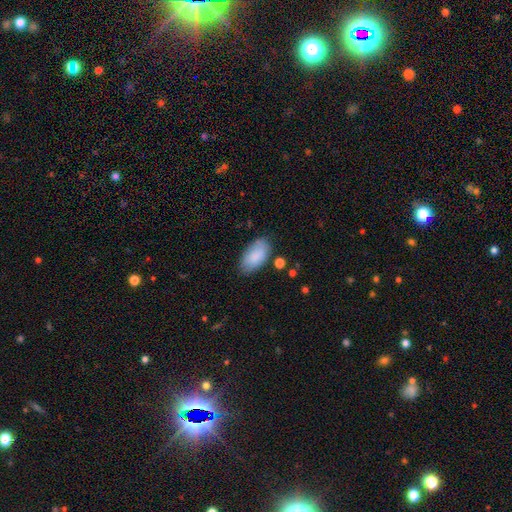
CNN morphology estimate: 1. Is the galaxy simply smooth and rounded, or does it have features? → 86% smooth, 8% featured or disk, 6% star or artifact.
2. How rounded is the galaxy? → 95% in between, 3% round, 2% cigar-shaped.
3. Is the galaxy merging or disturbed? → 76% none, 17% minor disturbance, 4% major disturbance, 3% merger.